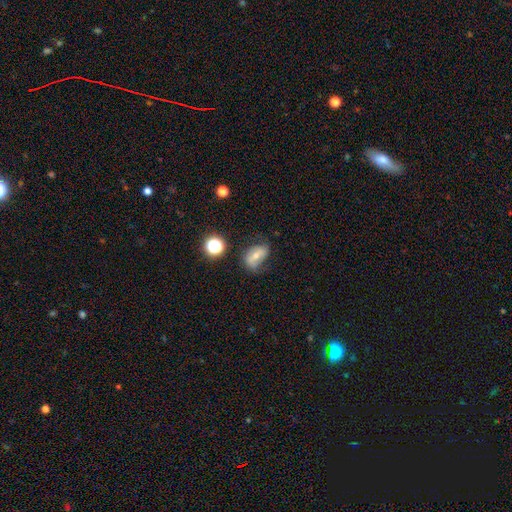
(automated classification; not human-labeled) A smooth galaxy with no disk features (44%). Merging: none (55%).